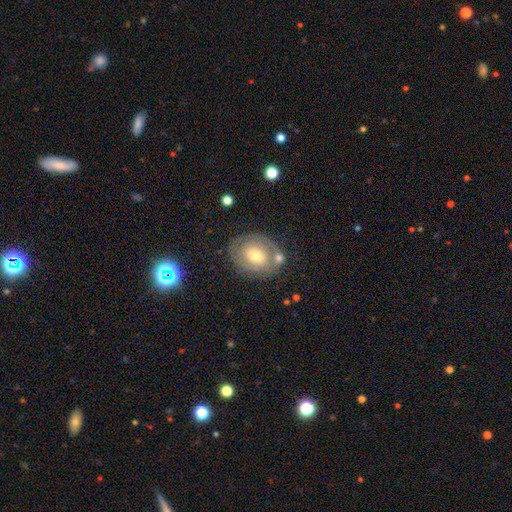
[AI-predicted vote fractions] smooth 53%, featured or disk 38%, star or artifact 9%. Down the decision tree: how rounded — in between (50%); merging — none (67%).